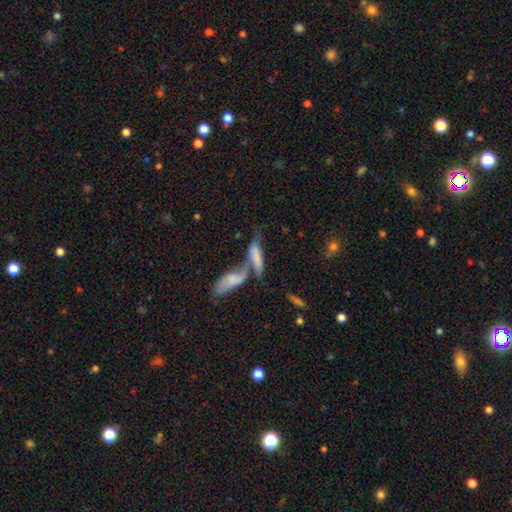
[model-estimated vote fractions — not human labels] Q: Smooth or featured?
A: smooth (60%); runner-up: featured or disk (31%)
Q: How rounded?
A: cigar-shaped (51%); runner-up: in between (46%)
Q: Merging?
A: merger (69%); runner-up: none (15%)